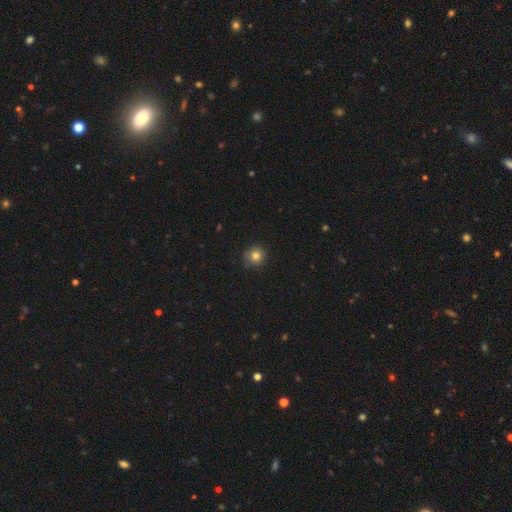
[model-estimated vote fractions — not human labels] The model was most divided on "smooth or featured": smooth: 80%, star or artifact: 12%, featured or disk: 8%. More confident: how rounded — round (92%); merging — none (84%).